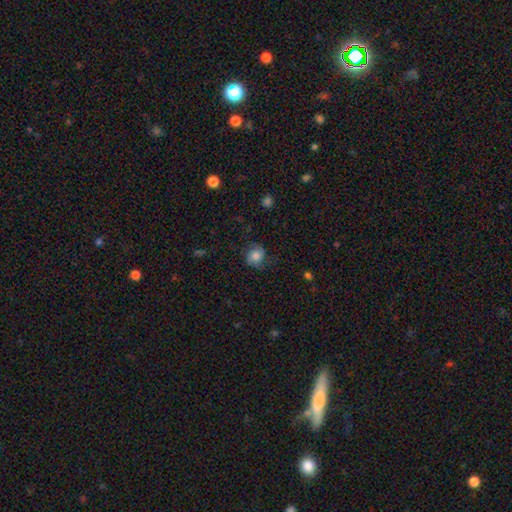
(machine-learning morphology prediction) Smooth or featured? smooth (71%)
How rounded? round (76%)
Merging? none (68%)